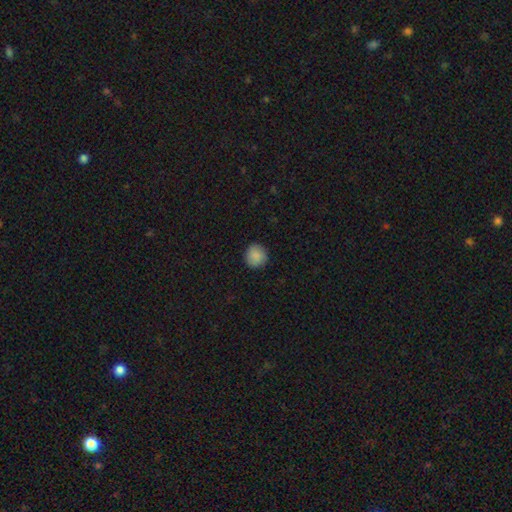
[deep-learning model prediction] Smooth or featured? Predicted: smooth (p=0.88). How rounded? Predicted: round (p=0.92). Merging? Predicted: none (p=0.90).